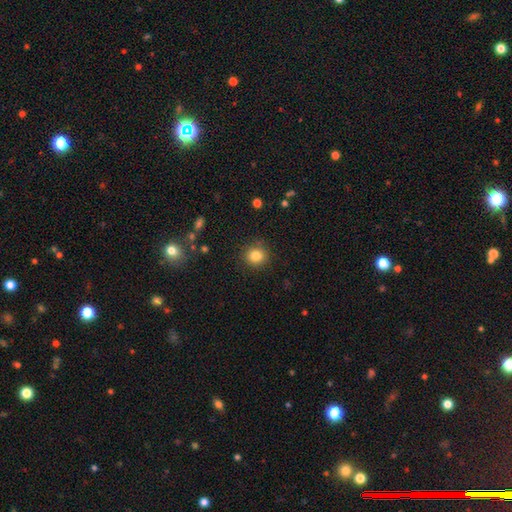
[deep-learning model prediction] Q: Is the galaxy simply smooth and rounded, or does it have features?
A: smooth — 84%.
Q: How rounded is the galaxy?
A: round — 87%.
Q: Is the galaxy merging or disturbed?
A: none — 88%.